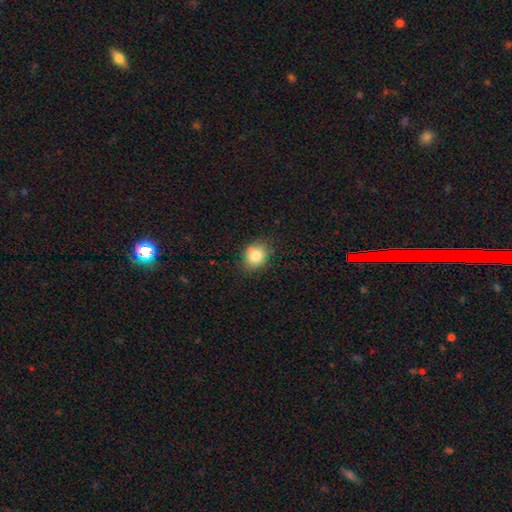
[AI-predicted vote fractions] Morphology: type=smooth (83%); roundness=round (51%); merging=none (76%).